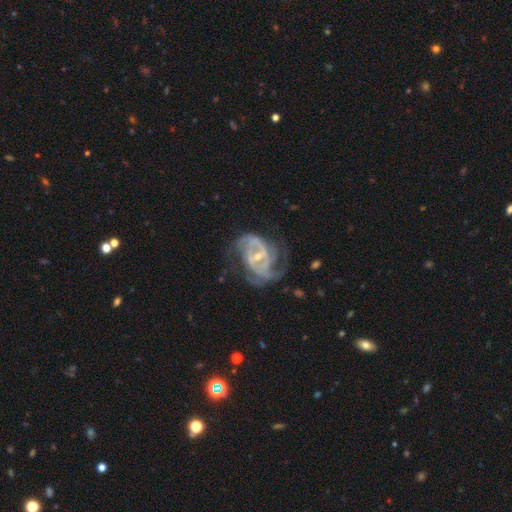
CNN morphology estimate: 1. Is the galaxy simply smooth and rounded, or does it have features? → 81% featured or disk, 11% star or artifact, 7% smooth.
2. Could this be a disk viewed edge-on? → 97% no, 3% yes.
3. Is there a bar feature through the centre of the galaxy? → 46% weak, 34% no, 20% strong.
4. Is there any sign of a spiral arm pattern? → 95% yes, 5% no.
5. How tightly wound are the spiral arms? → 46% medium, 38% tight, 16% loose.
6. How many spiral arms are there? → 43% 2, 20% 3, 18% can't tell, 7% 4, 6% 1, 6% more than 4.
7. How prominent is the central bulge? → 65% small, 23% moderate, 8% none, 2% large, 1% dominant.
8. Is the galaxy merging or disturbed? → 64% none, 18% minor disturbance, 14% major disturbance, 3% merger.